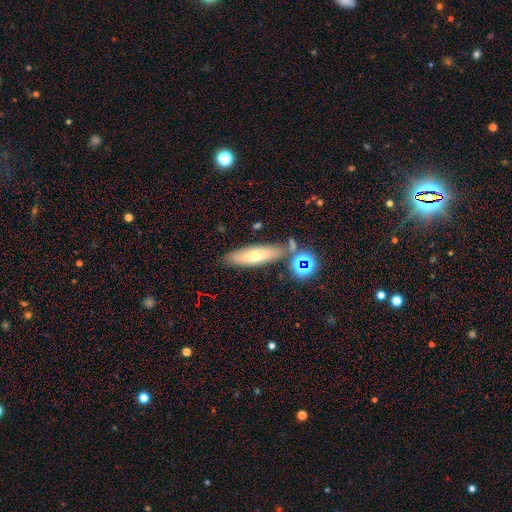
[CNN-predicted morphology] A smooth galaxy with no disk features (56%) that is cigar-shaped (59%). Merging: none (74%).